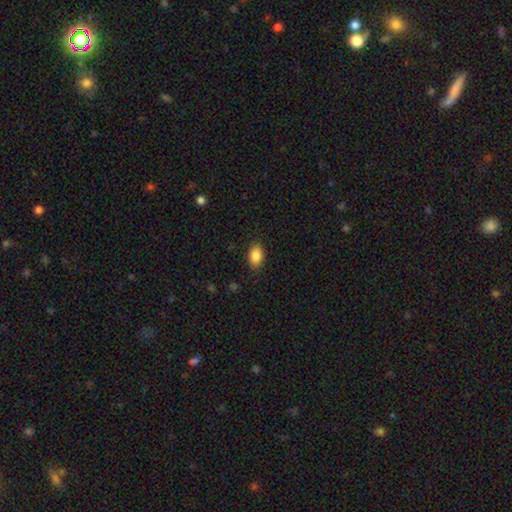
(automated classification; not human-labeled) This appears to be a smooth galaxy with no disk features (87%) that is in between round and cigar-shaped (87%). Merging: none (87%).